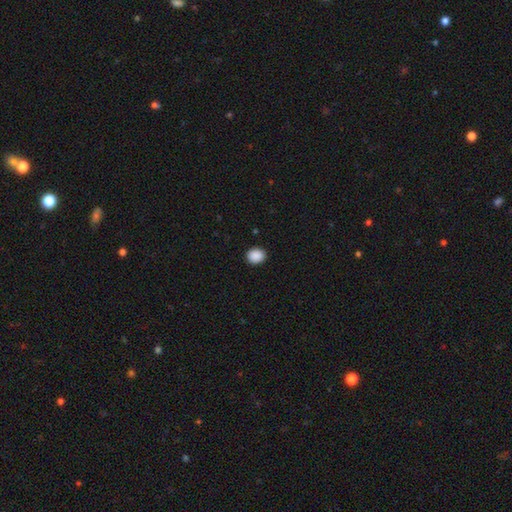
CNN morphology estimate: smooth-or-featured: smooth: 90% | star or artifact: 8% | featured or disk: 2%
  how-rounded: round: 65% | in between: 34% | cigar-shaped: 1%
  merging: none: 91% | minor disturbance: 6% | major disturbance: 2% | merger: 1%